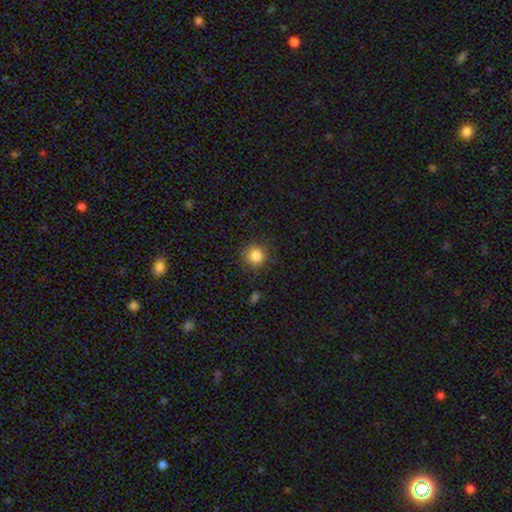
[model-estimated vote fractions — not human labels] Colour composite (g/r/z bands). It shows a smooth galaxy with no disk features (85%) that is round (93%). Merging: none (87%).